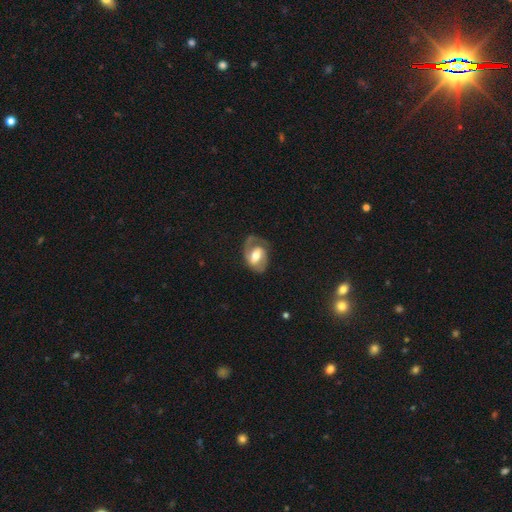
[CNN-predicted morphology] Q: Smooth or featured?
A: featured or disk (73%); runner-up: smooth (22%)
Q: Edge-on disk?
A: no (96%); runner-up: yes (4%)
Q: Bar?
A: weak (45%); runner-up: strong (29%)
Q: Spiral arms?
A: yes (87%); runner-up: no (13%)
Q: Spiral winding?
A: medium (45%); runner-up: tight (33%)
Q: Spiral arm count?
A: 2 (61%); runner-up: 1 (30%)
Q: Bulge size?
A: moderate (63%); runner-up: large (21%)
Q: Merging?
A: none (59%); runner-up: minor disturbance (22%)